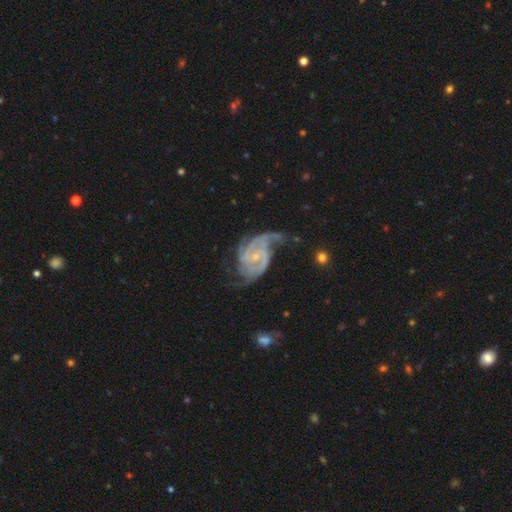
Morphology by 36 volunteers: type=featured or disk (94%); edge-on=no (97%); bar=no (79%); spiral arms=yes (94%); winding=tight (48%); arm count=2 (39%, tied with 3); bulge=small (64%); merging=none (39%).